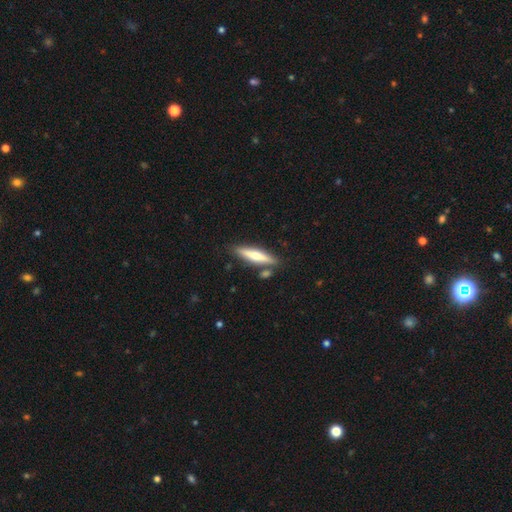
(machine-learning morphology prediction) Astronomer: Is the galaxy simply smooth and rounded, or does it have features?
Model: smooth — 54% (runner-up: featured or disk, 41%).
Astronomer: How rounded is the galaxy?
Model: cigar-shaped — 84%.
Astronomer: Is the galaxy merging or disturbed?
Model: none — 79%.